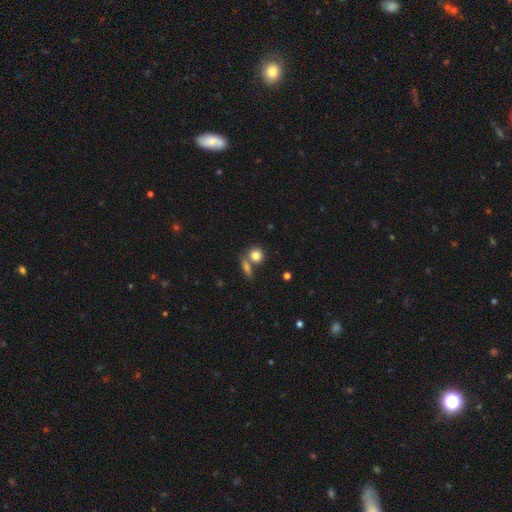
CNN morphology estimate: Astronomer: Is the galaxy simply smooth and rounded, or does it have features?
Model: smooth — 81%.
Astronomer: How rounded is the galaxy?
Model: round — 77%.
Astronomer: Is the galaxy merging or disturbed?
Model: none — 51% (runner-up: merger, 35%).